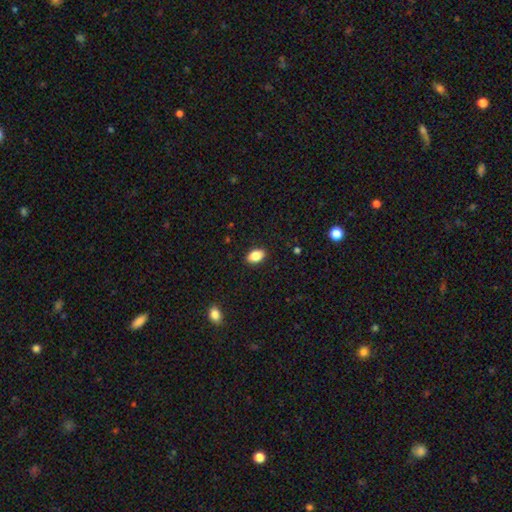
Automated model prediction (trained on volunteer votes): smooth-or-featured: smooth: 87% | star or artifact: 8% | featured or disk: 5%
  how-rounded: in between: 88% | round: 11% | cigar-shaped: 1%
  merging: none: 90% | minor disturbance: 8% | major disturbance: 2% | merger: 1%